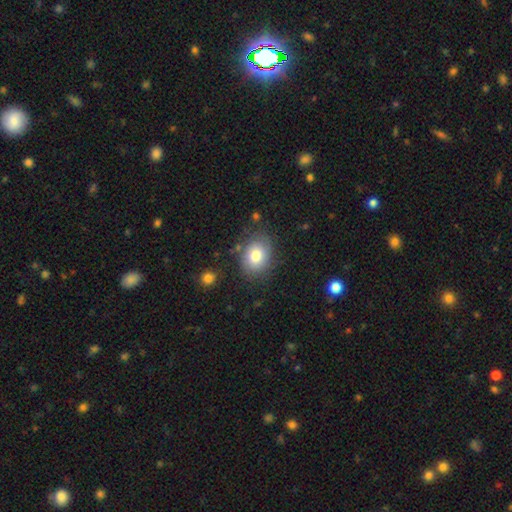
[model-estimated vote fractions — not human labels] Smooth or featured? Predicted: smooth (p=0.77). How rounded? Predicted: in between (p=0.54). Merging? Predicted: none (p=0.77).